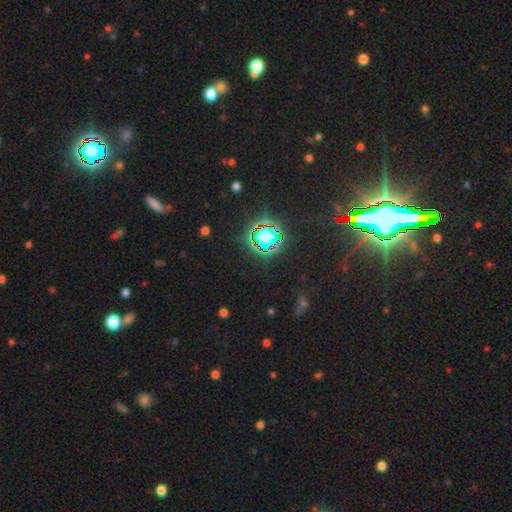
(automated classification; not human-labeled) This is clearly a star or artifact rather than a galaxy (84%).